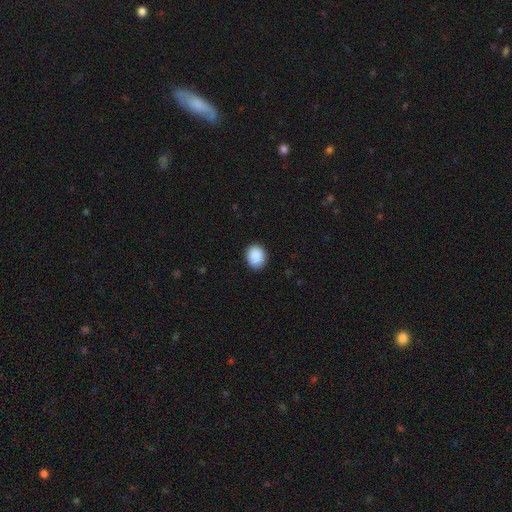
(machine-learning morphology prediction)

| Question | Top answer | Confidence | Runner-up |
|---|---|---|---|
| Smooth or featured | smooth | 90% | star or artifact (8%) |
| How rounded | round | 64% | in between (35%) |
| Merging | none | 89% | minor disturbance (8%) |